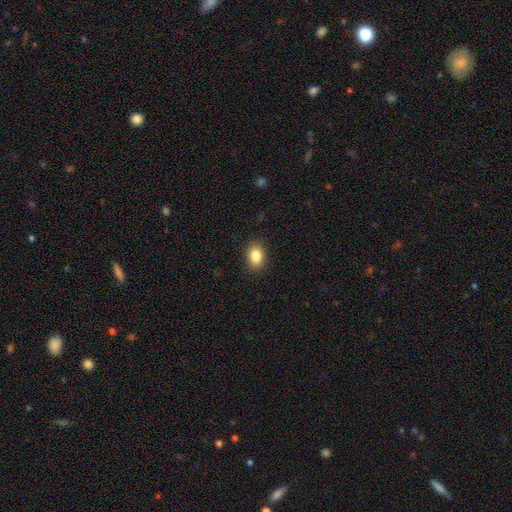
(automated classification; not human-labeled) Smooth or featured? smooth (86%)
How rounded? in between (77%)
Merging? none (89%)